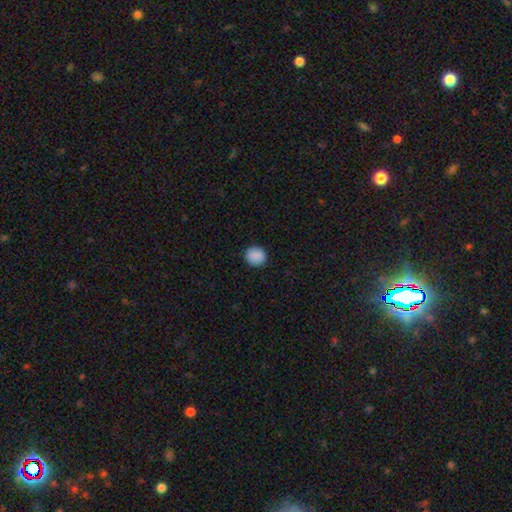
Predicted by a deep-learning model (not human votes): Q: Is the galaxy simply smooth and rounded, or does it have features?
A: smooth — 89%.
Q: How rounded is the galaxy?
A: round — 89%.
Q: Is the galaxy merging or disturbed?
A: none — 91%.